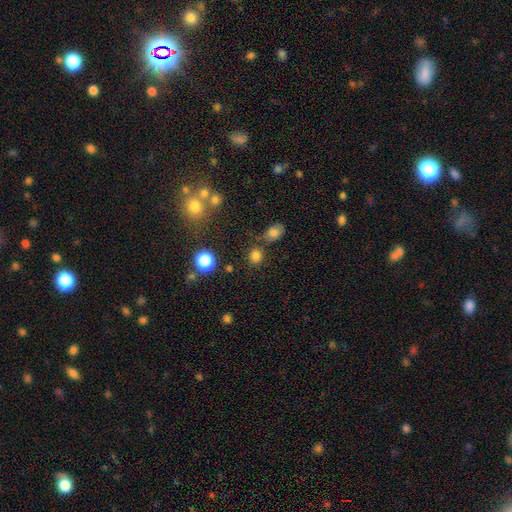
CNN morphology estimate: Smooth or featured?
  - smooth: 79% *
  - star or artifact: 15%
  - featured or disk: 5%
How rounded?
  - round: 77% *
  - in between: 22%
  - cigar-shaped: 1%
Merging?
  - none: 76% *
  - minor disturbance: 11%
  - merger: 9%
  - major disturbance: 4%